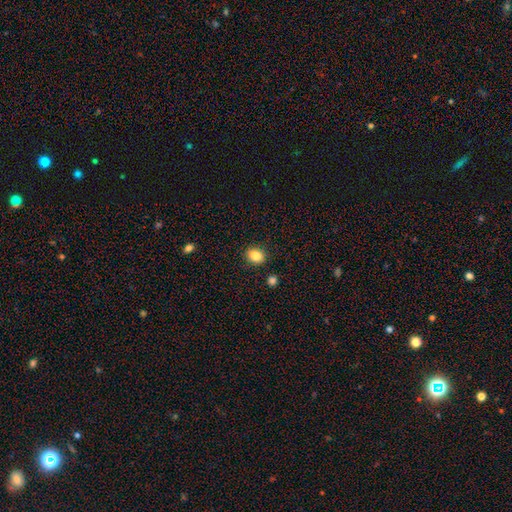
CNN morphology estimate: type=smooth (86%); roundness=in between (53%); merging=none (87%).